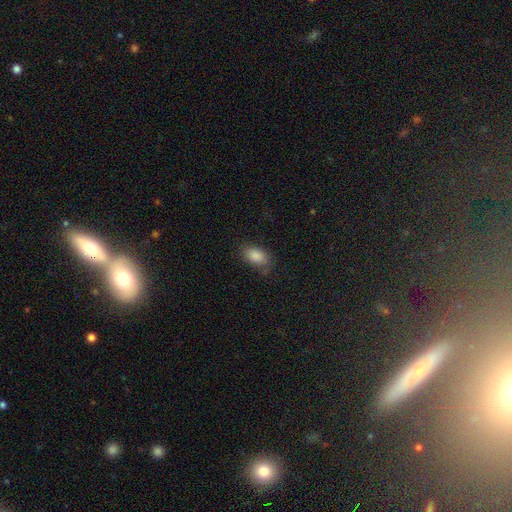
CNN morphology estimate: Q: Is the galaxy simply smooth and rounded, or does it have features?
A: smooth — 86%.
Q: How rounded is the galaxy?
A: in between — 91%.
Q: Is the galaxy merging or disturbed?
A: none — 77%.